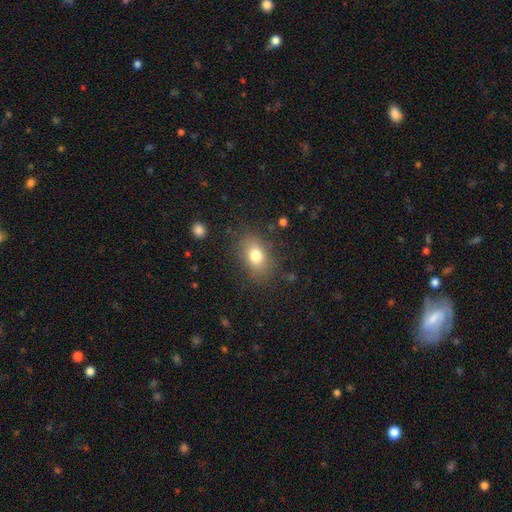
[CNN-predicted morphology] Smooth or featured: smooth — 78% (featured or disk — 12%)
How rounded: in between — 78% (round — 20%)
Merging: none — 81% (minor disturbance — 12%)